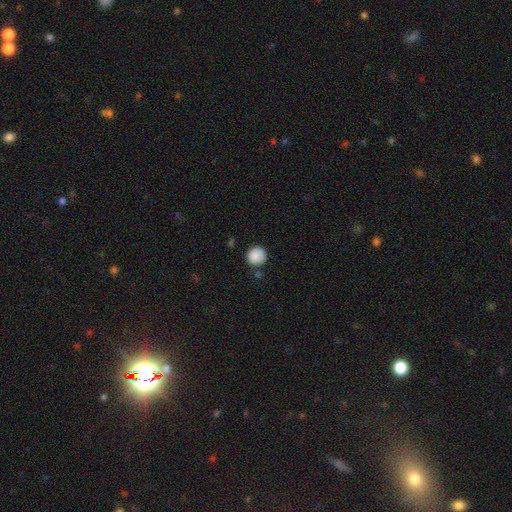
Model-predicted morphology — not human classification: Smooth or featured: smooth — 88% (star or artifact — 8%)
How rounded: round — 93% (in between — 6%)
Merging: none — 81% (minor disturbance — 11%)